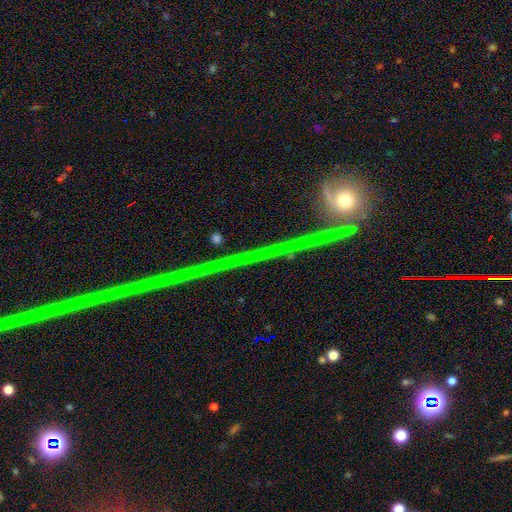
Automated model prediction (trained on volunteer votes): smooth-or-featured: star or artifact: 62% | featured or disk: 24% | smooth: 13%